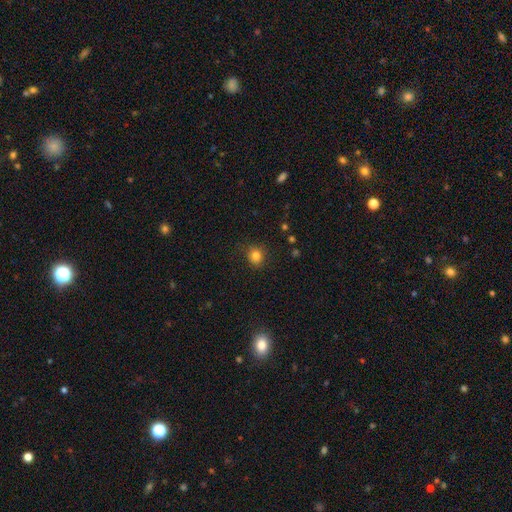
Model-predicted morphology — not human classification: type=smooth (83%); roundness=round (84%); merging=none (85%).